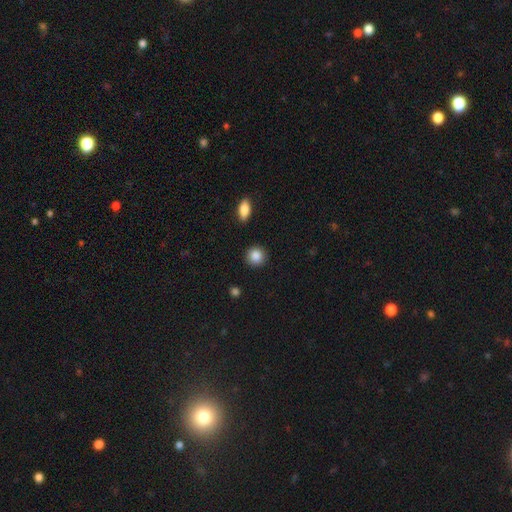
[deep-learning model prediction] This appears to be a smooth galaxy with no disk features (88%) that is round (89%). Merging: none (90%).